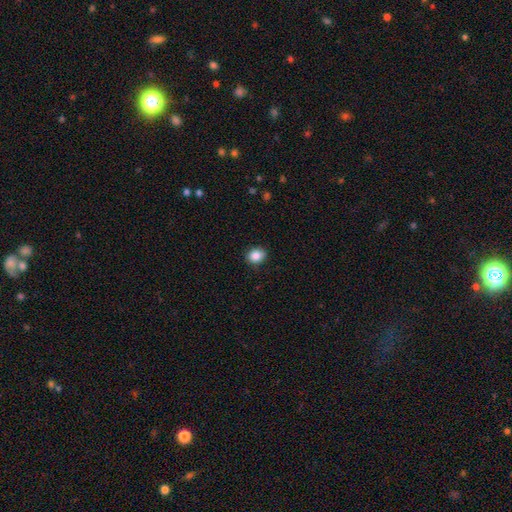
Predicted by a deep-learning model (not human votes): The model was most divided on "how rounded": round: 62%, in between: 37%, cigar-shaped: 1%. More confident: merging — none (87%); smooth or featured — smooth (87%).